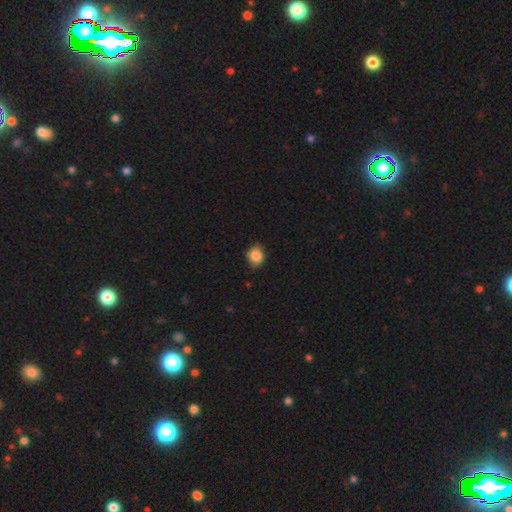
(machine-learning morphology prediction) Overall: smooth (86%). How rounded: round (59%; in between 40%). Merging: none (76%).